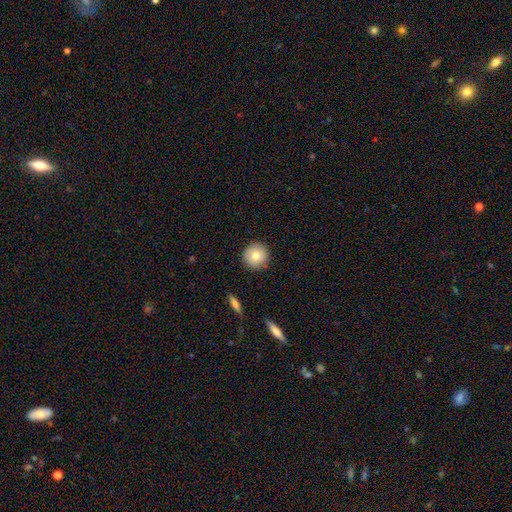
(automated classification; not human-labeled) smooth-or-featured: smooth: 78% | featured or disk: 14% | star or artifact: 8%
  how-rounded: round: 94% | in between: 5% | cigar-shaped: 1%
  merging: none: 89% | minor disturbance: 8% | major disturbance: 2% | merger: 1%